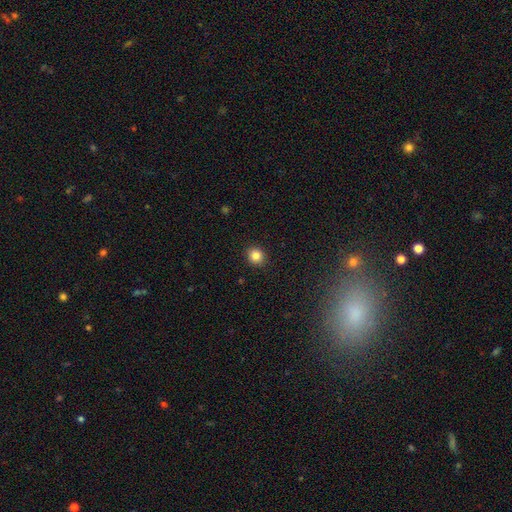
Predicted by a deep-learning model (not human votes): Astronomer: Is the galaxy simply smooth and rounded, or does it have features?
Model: smooth — 84%.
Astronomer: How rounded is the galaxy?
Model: round — 83%.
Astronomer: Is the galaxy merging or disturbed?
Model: none — 92%.